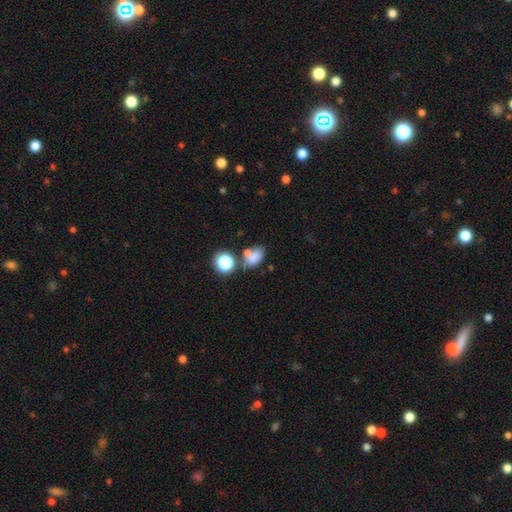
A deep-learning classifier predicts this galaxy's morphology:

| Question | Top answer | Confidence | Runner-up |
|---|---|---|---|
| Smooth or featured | smooth | 75% | star or artifact (15%) |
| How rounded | in between | 77% | round (21%) |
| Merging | none | 50% | merger (26%) |